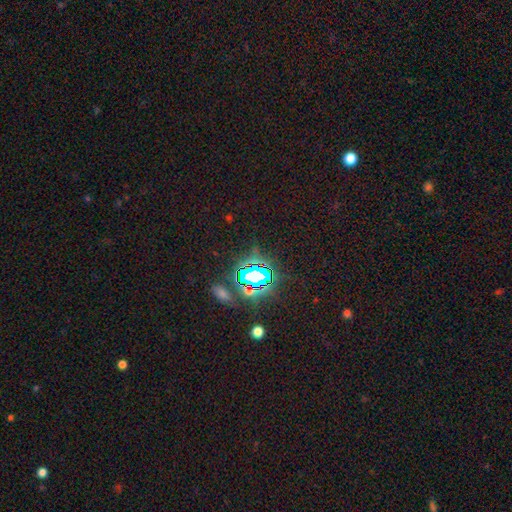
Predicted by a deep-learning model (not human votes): Overall: star or artifact (79%).